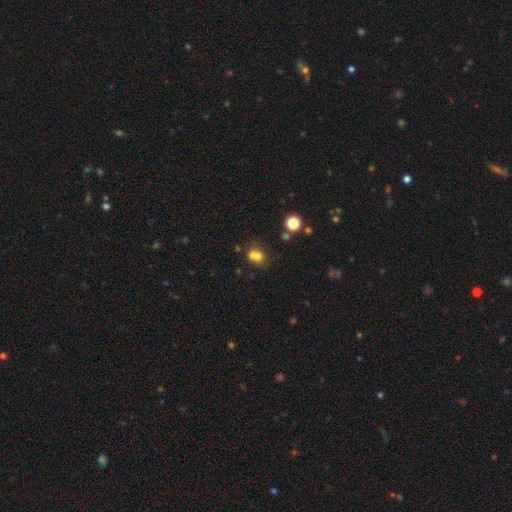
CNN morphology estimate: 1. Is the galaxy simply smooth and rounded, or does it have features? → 71% smooth, 16% star or artifact, 14% featured or disk.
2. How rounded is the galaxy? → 58% round, 41% in between, 1% cigar-shaped.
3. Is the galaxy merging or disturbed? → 50% merger, 35% none, 10% minor disturbance, 5% major disturbance.